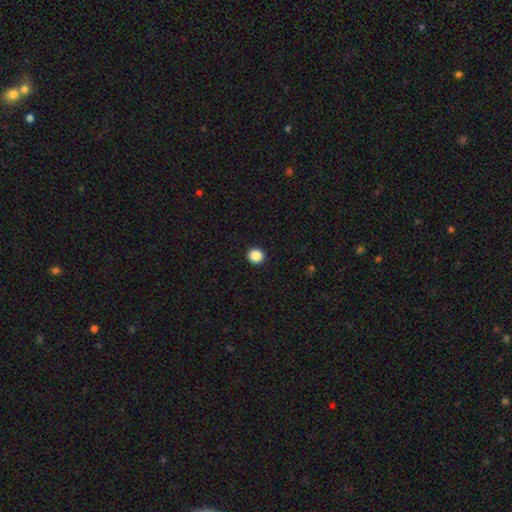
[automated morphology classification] smooth 88%, star or artifact 9%, featured or disk 2%. Down the decision tree: how rounded — round (91%); merging — none (93%).